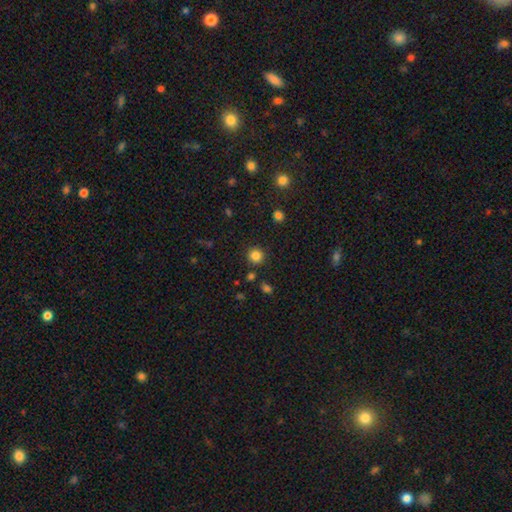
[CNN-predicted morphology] smooth 83%, star or artifact 13%, featured or disk 4%. Down the decision tree: how rounded — round (93%); merging — none (88%).